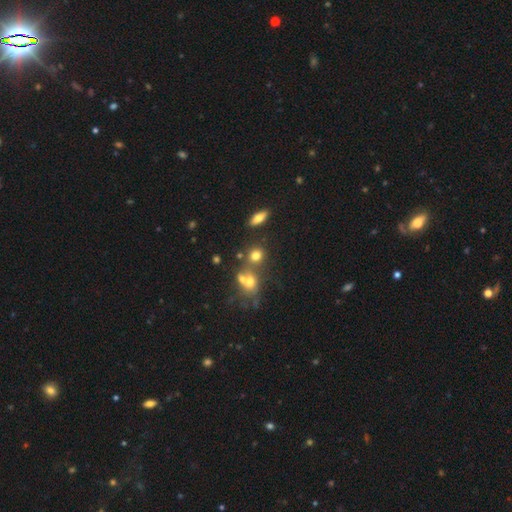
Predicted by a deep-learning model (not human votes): The model was most divided on "merging": none: 56%, merger: 28%, minor disturbance: 11%, major disturbance: 5%. More confident: how rounded — round (76%); smooth or featured — smooth (71%).